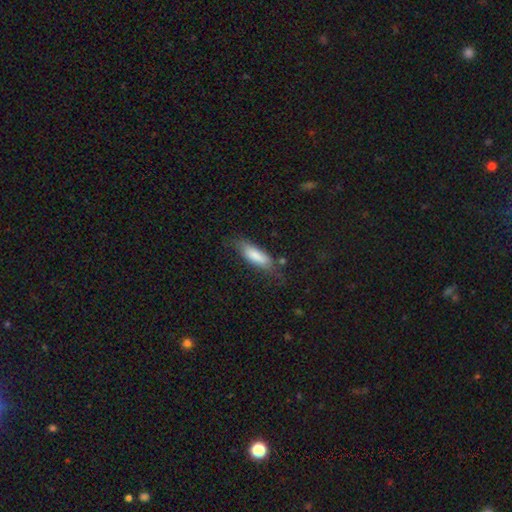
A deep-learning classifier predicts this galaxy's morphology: smooth 79%, featured or disk 15%, star or artifact 6%. Down the decision tree: how rounded — in between (59%); merging — none (61%).